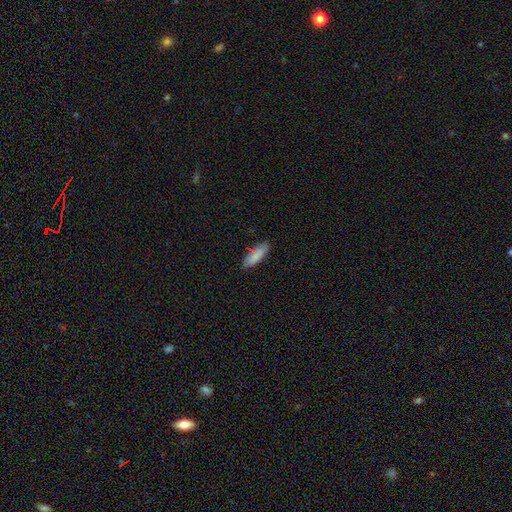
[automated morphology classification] The model was most divided on "how rounded": in between: 57%, cigar-shaped: 42%, round: 2%. More confident: smooth or featured — smooth (84%); merging — none (81%).